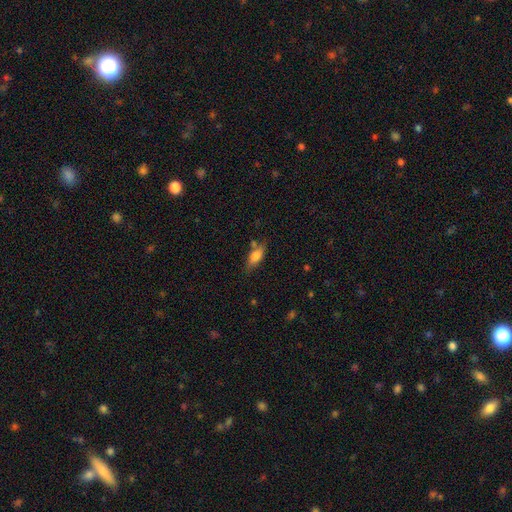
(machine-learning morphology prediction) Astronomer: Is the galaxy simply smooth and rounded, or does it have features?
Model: smooth — 72%.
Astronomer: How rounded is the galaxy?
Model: in between — 70%.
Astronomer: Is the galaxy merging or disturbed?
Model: none — 68%.